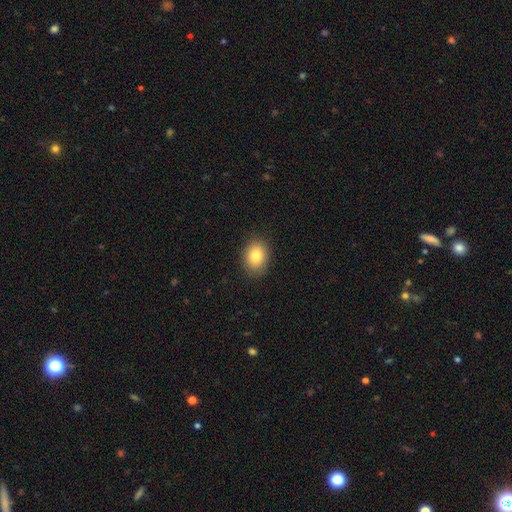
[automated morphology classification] Smooth or featured: smooth — 83% (star or artifact — 9%)
How rounded: in between — 58% (round — 41%)
Merging: none — 88% (minor disturbance — 9%)